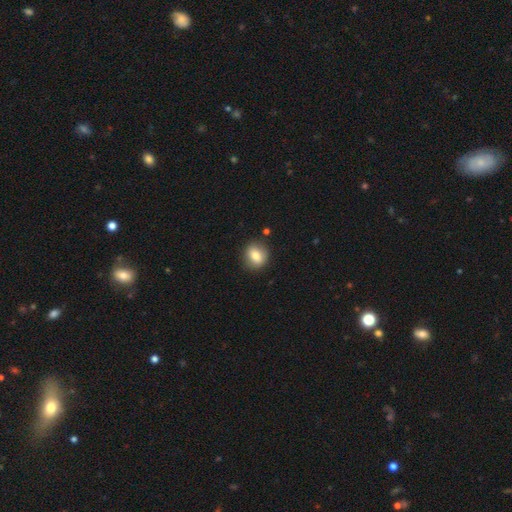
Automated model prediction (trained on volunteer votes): Smooth or featured? Predicted: smooth (p=0.77). How rounded? Predicted: round (p=0.69). Merging? Predicted: none (p=0.86).